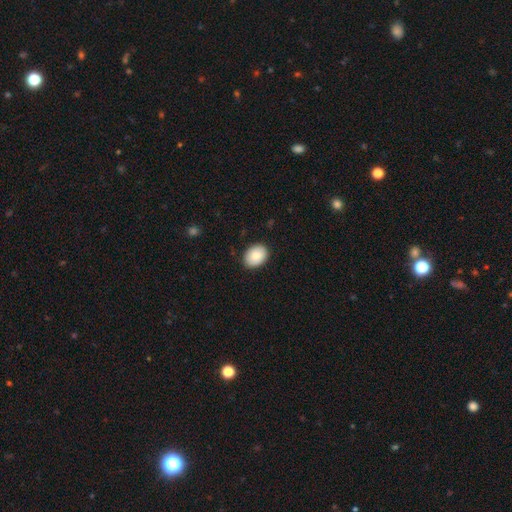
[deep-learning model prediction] A smooth galaxy with no disk features (84%) that is in between round and cigar-shaped (74%). Merging: none (87%).